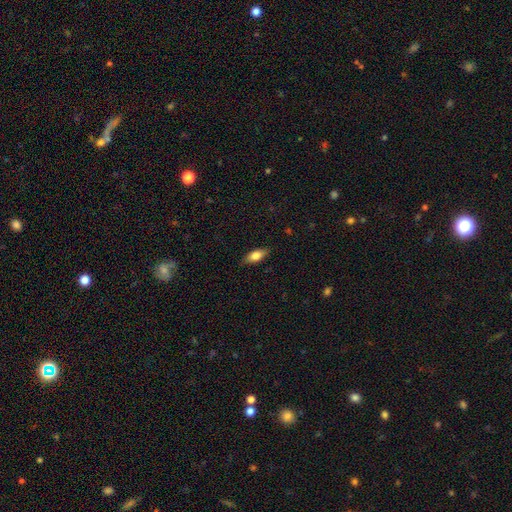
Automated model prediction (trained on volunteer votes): The model was most divided on "smooth or featured": smooth: 73%, featured or disk: 20%, star or artifact: 7%. More confident: merging — none (84%); how rounded — in between (77%).